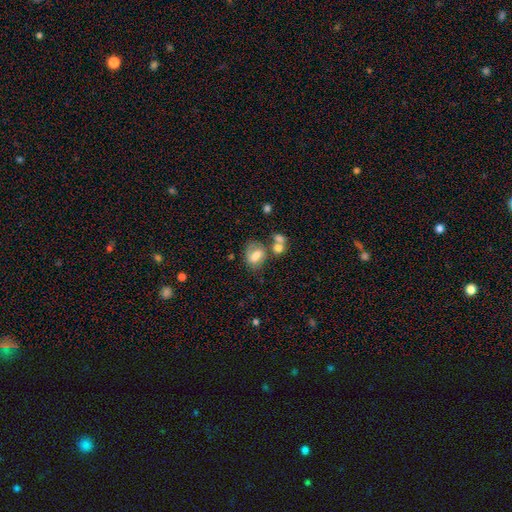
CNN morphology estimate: A smooth galaxy with no disk features (66%) that is in between round and cigar-shaped (70%). Merging: none (40%).